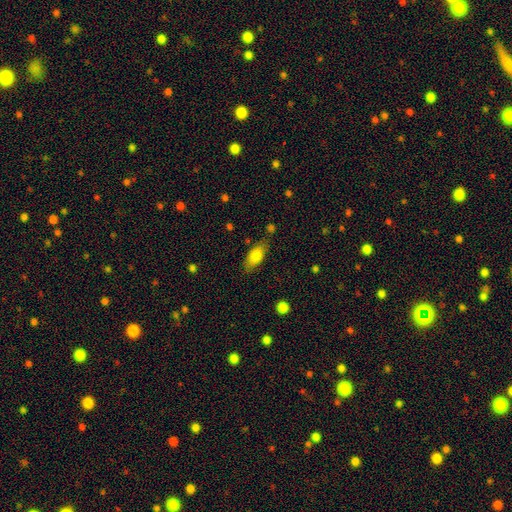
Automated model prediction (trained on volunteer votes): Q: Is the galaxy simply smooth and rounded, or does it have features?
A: smooth — 79%.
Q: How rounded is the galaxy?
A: in between — 82%.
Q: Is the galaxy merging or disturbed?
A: none — 73%.